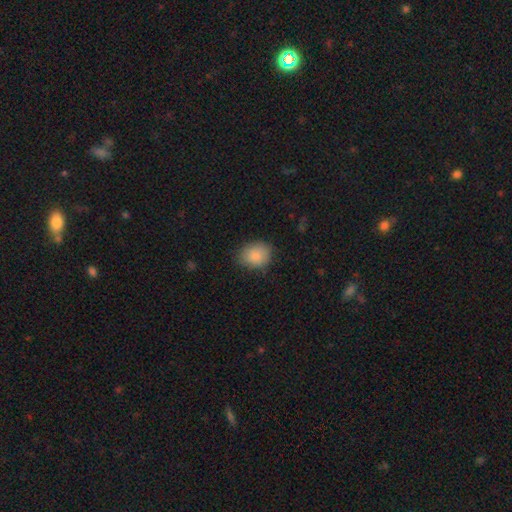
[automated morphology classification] A smooth galaxy with no disk features (86%) that is round (54%). Merging: none (78%).